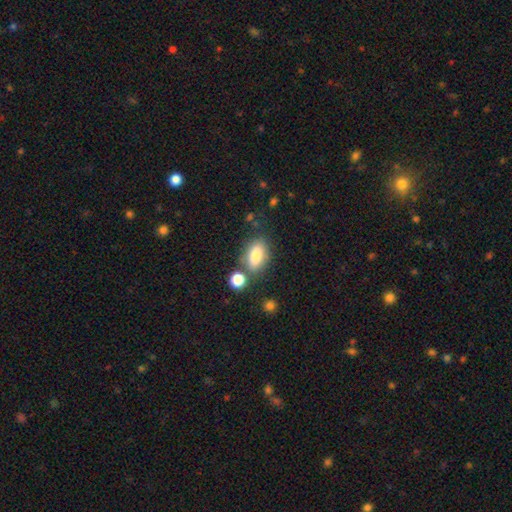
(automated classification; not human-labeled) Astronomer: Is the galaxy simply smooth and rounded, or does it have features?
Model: smooth — 79%.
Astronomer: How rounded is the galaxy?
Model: in between — 85%.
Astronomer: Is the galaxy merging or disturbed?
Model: none — 69%.